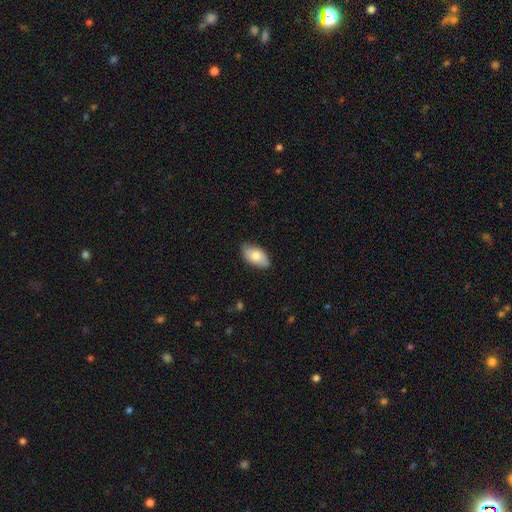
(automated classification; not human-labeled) Smooth or featured?
  - smooth: 79% *
  - featured or disk: 16%
  - star or artifact: 6%
How rounded?
  - in between: 94% *
  - round: 3%
  - cigar-shaped: 3%
Merging?
  - none: 82% *
  - minor disturbance: 15%
  - major disturbance: 2%
  - merger: 1%